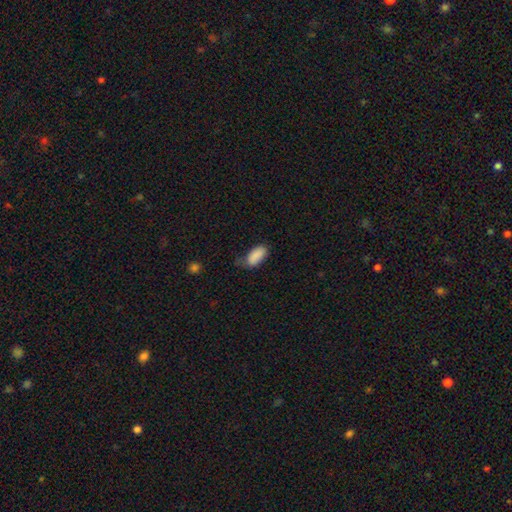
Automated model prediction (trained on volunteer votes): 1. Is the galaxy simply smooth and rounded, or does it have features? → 87% smooth, 8% star or artifact, 5% featured or disk.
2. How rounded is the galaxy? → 92% in between, 5% cigar-shaped, 3% round.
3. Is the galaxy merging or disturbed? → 55% none, 33% minor disturbance, 9% major disturbance, 3% merger.